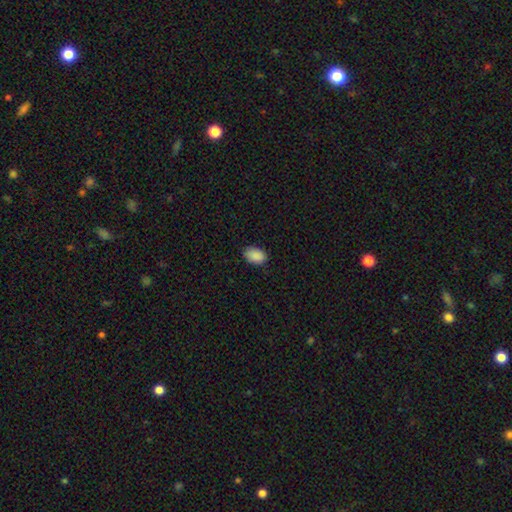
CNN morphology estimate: type=smooth (89%); roundness=in between (88%); merging=none (84%).